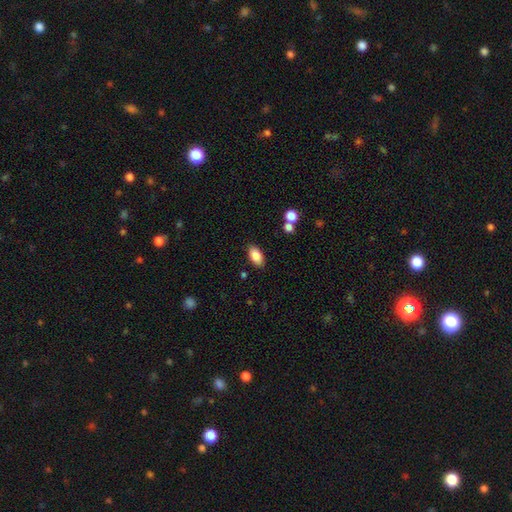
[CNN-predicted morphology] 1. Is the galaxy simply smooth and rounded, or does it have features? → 85% smooth, 8% star or artifact, 7% featured or disk.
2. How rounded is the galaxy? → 93% in between, 5% round, 3% cigar-shaped.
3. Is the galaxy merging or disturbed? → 85% none, 10% minor disturbance, 2% major disturbance, 2% merger.